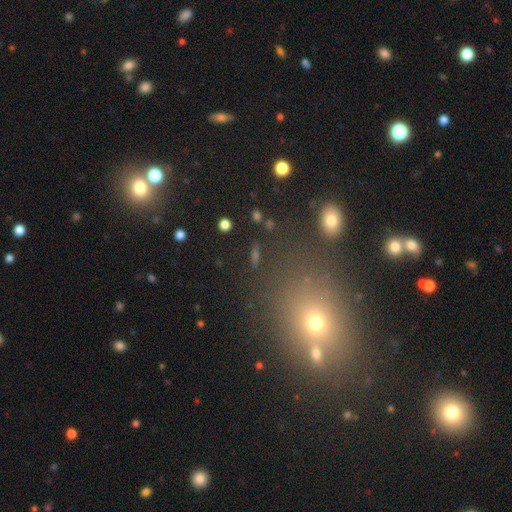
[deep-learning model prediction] smooth-or-featured: smooth: 51% | star or artifact: 34% | featured or disk: 15%
  how-rounded: in between: 57% | round: 34% | cigar-shaped: 10%
  merging: none: 75% | minor disturbance: 10% | merger: 8% | major disturbance: 6%